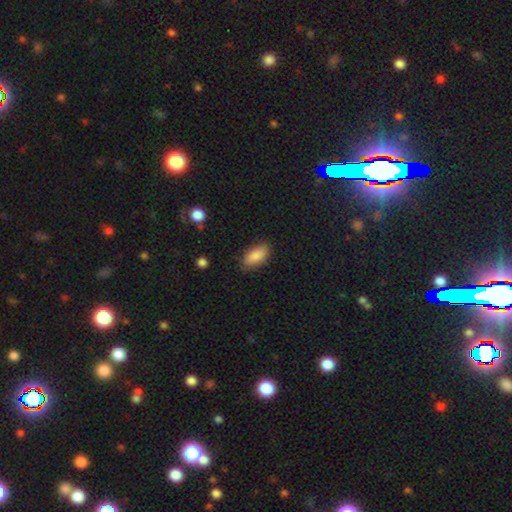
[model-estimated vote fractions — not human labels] This is clearly a smooth galaxy (87%). How rounded: clearly in between (89%). Merging: clearly none (83%).